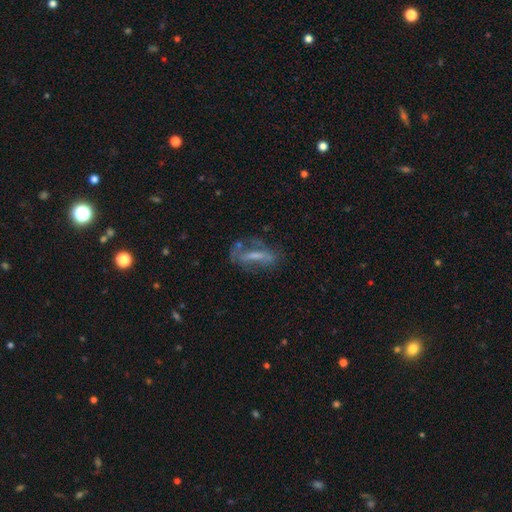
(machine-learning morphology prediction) This is possibly a featured or disk galaxy (53%). It is likely not viewed edge-on (77%). Merging: possibly none (51%).